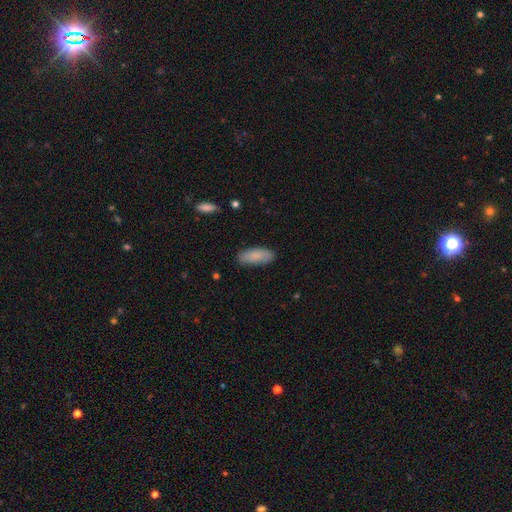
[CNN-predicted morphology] smooth 83%, featured or disk 11%, star or artifact 6%. Down the decision tree: how rounded — in between (80%); merging — none (83%).